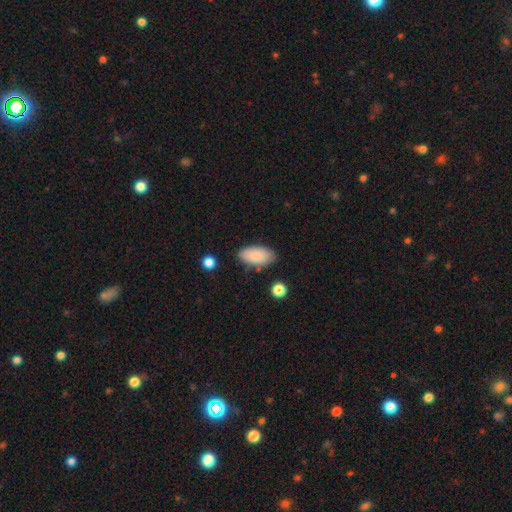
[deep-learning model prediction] Smooth or featured? smooth (87%)
How rounded? in between (93%)
Merging? none (81%)